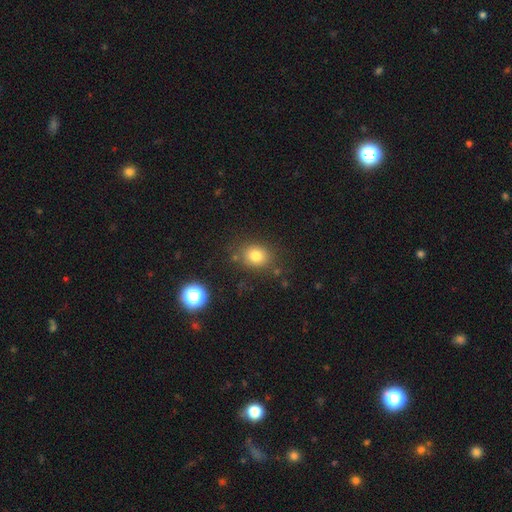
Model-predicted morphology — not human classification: Q: Smooth or featured?
A: smooth (79%); runner-up: star or artifact (13%)
Q: How rounded?
A: round (57%); runner-up: in between (42%)
Q: Merging?
A: none (81%); runner-up: minor disturbance (11%)